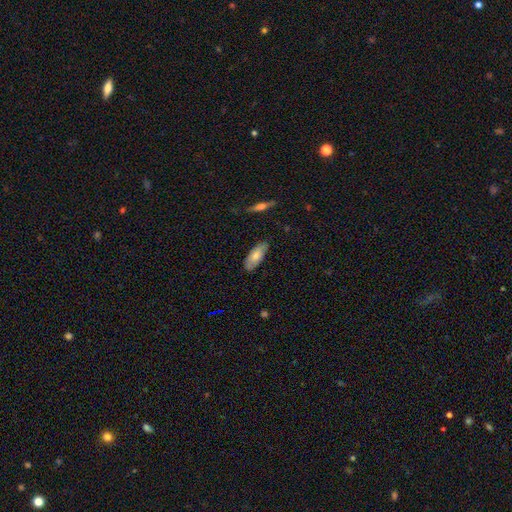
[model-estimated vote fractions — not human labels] smooth-or-featured: smooth: 71% | featured or disk: 23% | star or artifact: 6%
  how-rounded: in between: 80% | cigar-shaped: 18% | round: 2%
  merging: none: 80% | minor disturbance: 16% | major disturbance: 3% | merger: 1%